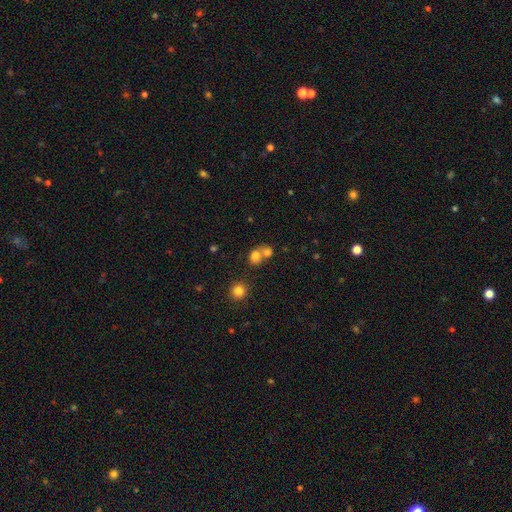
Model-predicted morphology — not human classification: smooth 77%, star or artifact 13%, featured or disk 10%. Down the decision tree: how rounded — round (67%); merging — merger (52%).